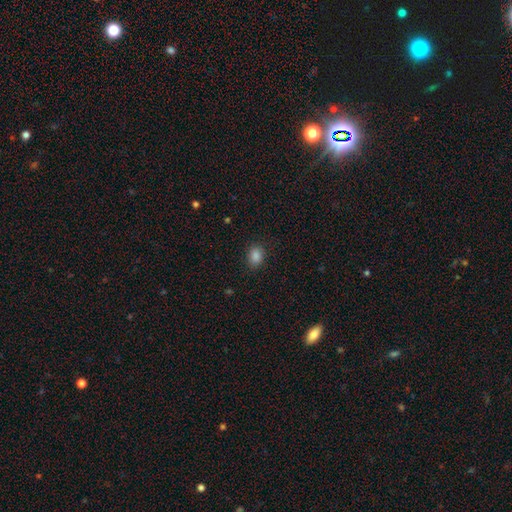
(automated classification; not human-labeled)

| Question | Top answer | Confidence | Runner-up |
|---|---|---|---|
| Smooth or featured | smooth | 86% | star or artifact (10%) |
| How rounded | in between | 69% | round (30%) |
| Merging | none | 86% | minor disturbance (11%) |